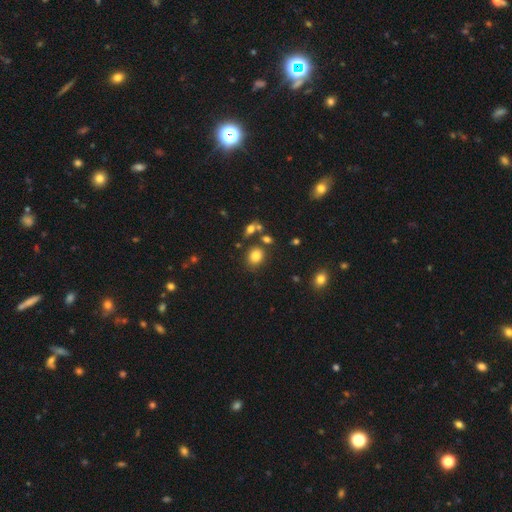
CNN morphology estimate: Smooth or featured?
  - smooth: 82% *
  - star or artifact: 12%
  - featured or disk: 6%
How rounded?
  - round: 58% *
  - in between: 41%
  - cigar-shaped: 1%
Merging?
  - none: 74% *
  - minor disturbance: 13%
  - merger: 9%
  - major disturbance: 4%